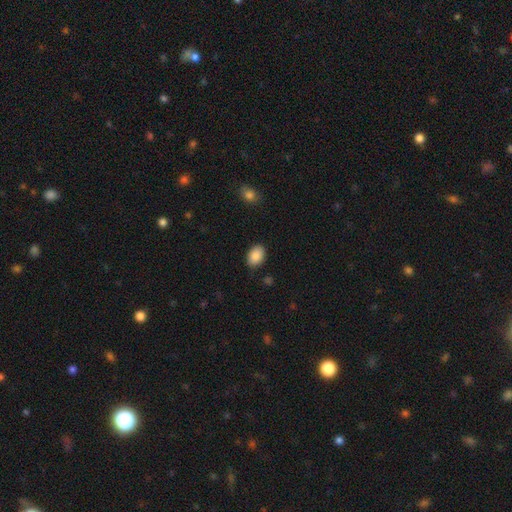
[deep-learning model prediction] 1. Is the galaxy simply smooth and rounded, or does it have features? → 88% smooth, 7% star or artifact, 5% featured or disk.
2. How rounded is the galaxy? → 82% in between, 17% round, 1% cigar-shaped.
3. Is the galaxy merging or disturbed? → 85% none, 11% minor disturbance, 3% major disturbance, 1% merger.